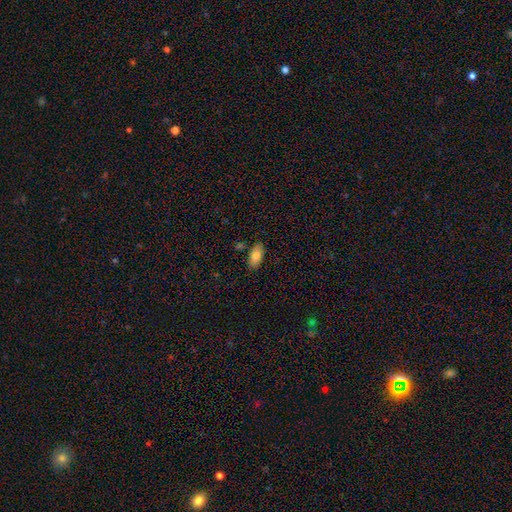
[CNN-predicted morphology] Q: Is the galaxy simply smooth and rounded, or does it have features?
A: smooth — 81%.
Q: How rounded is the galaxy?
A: in between — 91%.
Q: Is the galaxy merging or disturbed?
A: none — 83%.